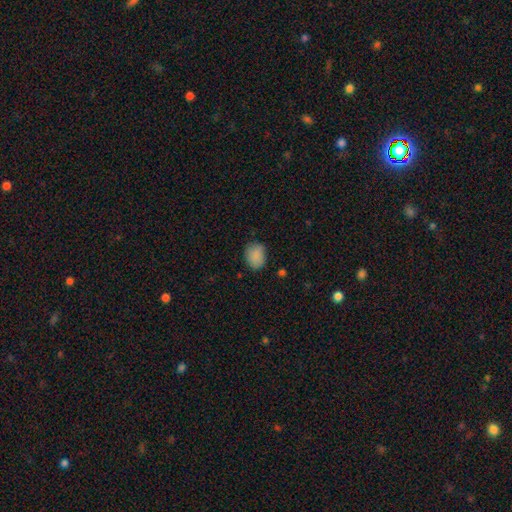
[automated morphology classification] The model was most divided on "how rounded": in between: 52%, round: 47%, cigar-shaped: 1%. More confident: smooth or featured — smooth (87%); merging — none (78%).